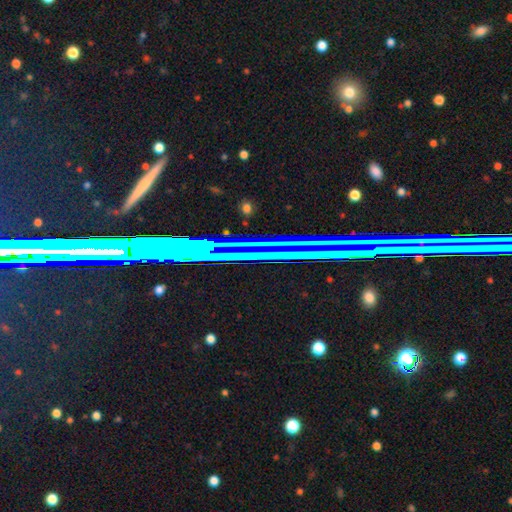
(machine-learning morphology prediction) Smooth or featured?
  - star or artifact: 79% *
  - featured or disk: 13%
  - smooth: 8%